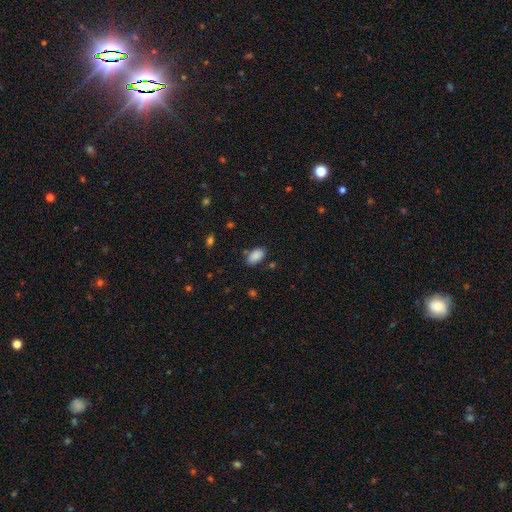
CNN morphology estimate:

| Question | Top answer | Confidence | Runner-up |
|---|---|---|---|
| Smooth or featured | smooth | 88% | star or artifact (8%) |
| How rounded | in between | 93% | round (5%) |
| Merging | none | 79% | minor disturbance (14%) |